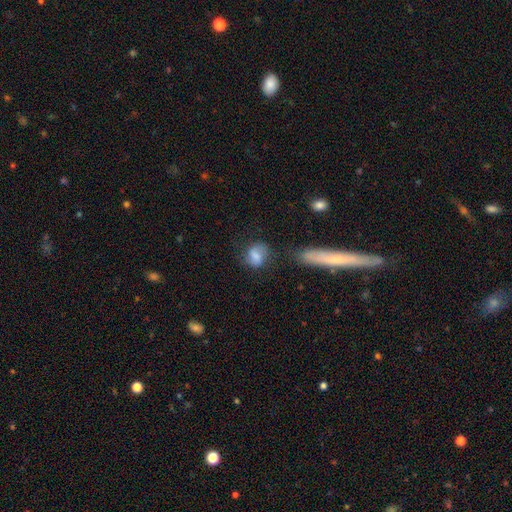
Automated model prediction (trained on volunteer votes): Smooth or featured: smooth — 65% (featured or disk — 25%)
How rounded: in between — 50% (round — 47%)
Merging: none — 58% (minor disturbance — 22%)